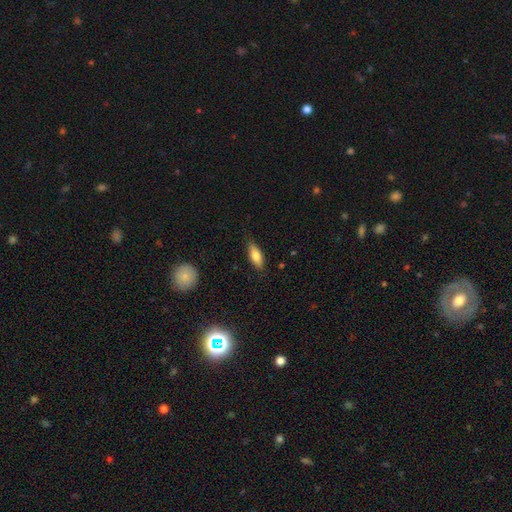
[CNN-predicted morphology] smooth_or_featured: smooth (p=0.76) [alt: featured or disk p=0.18]
how_rounded: in between (p=0.68) [alt: cigar-shaped p=0.30]
merging: none (p=0.80) [alt: minor disturbance p=0.16]